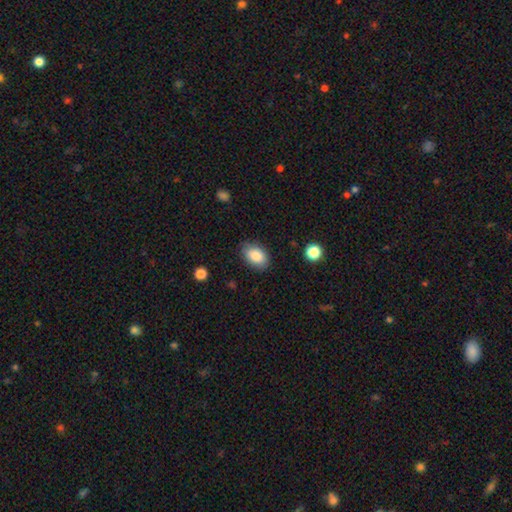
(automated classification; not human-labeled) Morphology: type=smooth (86%); roundness=in between (88%); merging=none (82%).